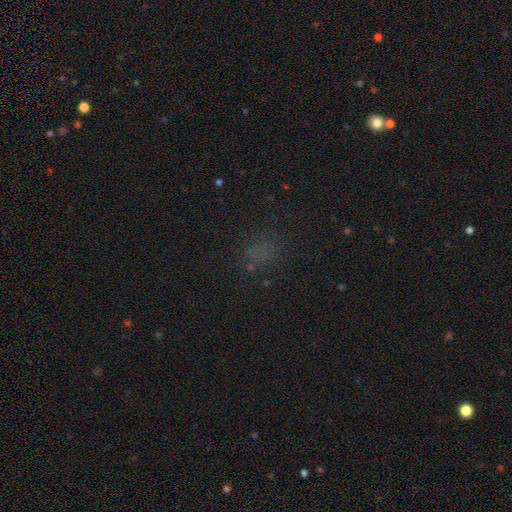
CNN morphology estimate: Q: Smooth or featured?
A: smooth (51%); runner-up: star or artifact (38%)
Q: How rounded?
A: round (58%); runner-up: in between (39%)
Q: Merging?
A: none (74%); runner-up: minor disturbance (13%)